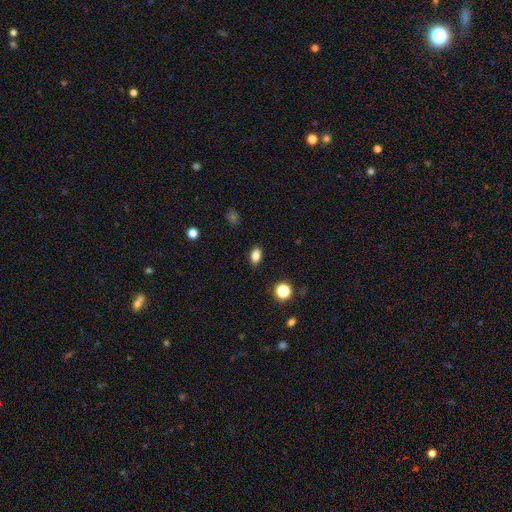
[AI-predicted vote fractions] smooth_or_featured: smooth (p=0.83) [alt: star or artifact p=0.11]
how_rounded: in between (p=0.84) [alt: round p=0.14]
merging: none (p=0.87) [alt: minor disturbance p=0.09]